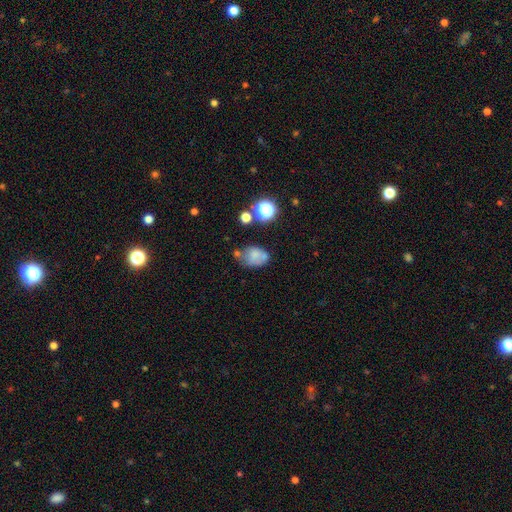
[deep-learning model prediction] Smooth or featured?
  - smooth: 66% *
  - featured or disk: 20%
  - star or artifact: 14%
How rounded?
  - in between: 72% *
  - round: 27%
  - cigar-shaped: 1%
Merging?
  - none: 45% *
  - minor disturbance: 26%
  - merger: 16%
  - major disturbance: 13%